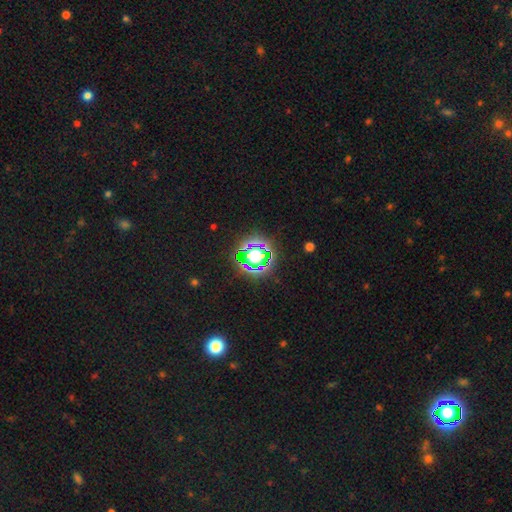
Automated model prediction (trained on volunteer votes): smooth-or-featured: star or artifact: 52% | smooth: 32% | featured or disk: 16%